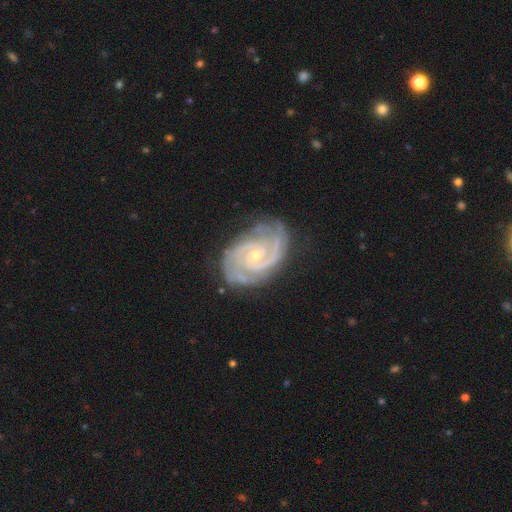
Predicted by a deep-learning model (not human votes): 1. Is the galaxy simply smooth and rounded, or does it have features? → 92% featured or disk, 5% star or artifact, 3% smooth.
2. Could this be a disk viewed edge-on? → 98% no, 2% yes.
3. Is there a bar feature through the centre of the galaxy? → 61% no, 31% weak, 9% strong.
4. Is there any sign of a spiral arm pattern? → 99% yes, 1% no.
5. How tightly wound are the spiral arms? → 66% tight, 30% medium, 4% loose.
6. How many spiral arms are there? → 63% 2, 18% 3, 7% can't tell, 5% 4, 4% more than 4, 4% 1.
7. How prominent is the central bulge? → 68% small, 29% moderate, 1% none, 1% large, 1% dominant.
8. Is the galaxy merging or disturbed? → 75% none, 18% minor disturbance, 6% major disturbance, 1% merger.